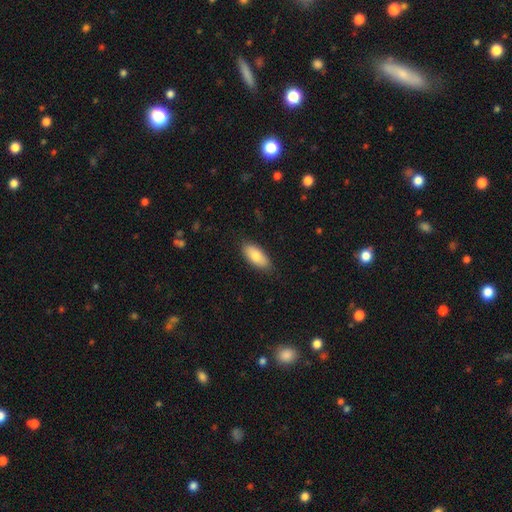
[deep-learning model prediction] Overall: smooth (78%). How rounded: in between (89%). Merging: none (84%).